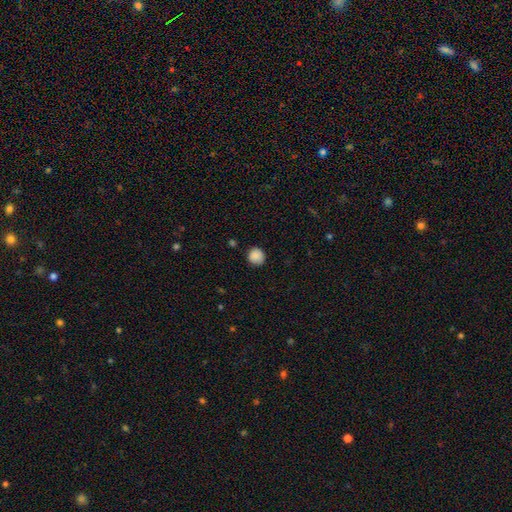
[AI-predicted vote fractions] Smooth or featured? smooth (88%)
How rounded? round (92%)
Merging? none (88%)